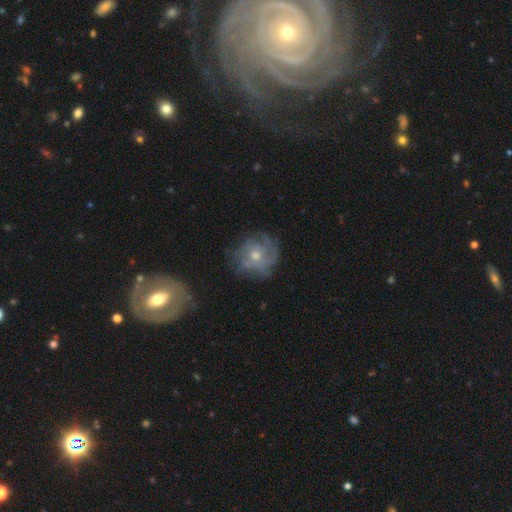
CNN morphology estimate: Q: Smooth or featured?
A: featured or disk (69%); runner-up: smooth (21%)
Q: Edge-on disk?
A: no (97%); runner-up: yes (3%)
Q: Bar?
A: no (80%); runner-up: weak (17%)
Q: Spiral arms?
A: yes (82%); runner-up: no (18%)
Q: Spiral winding?
A: tight (56%); runner-up: medium (31%)
Q: Spiral arm count?
A: can't tell (43%); runner-up: 3 (21%)
Q: Bulge size?
A: moderate (52%); runner-up: small (42%)
Q: Merging?
A: none (71%); runner-up: minor disturbance (18%)